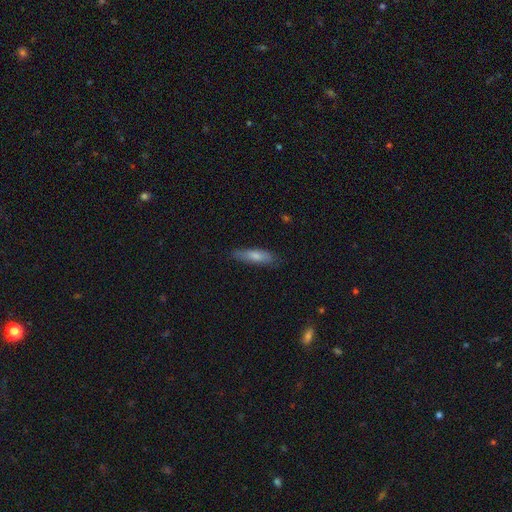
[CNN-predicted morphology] A smooth galaxy with no disk features (65%) that is cigar-shaped (74%).

Vote fractions:
- Smooth or featured? smooth: 65% / featured or disk: 28% / star or artifact: 7%
- How rounded? cigar-shaped: 74% / in between: 24% / round: 2%
- Merging? none: 83% / minor disturbance: 14% / major disturbance: 2% / merger: 1%